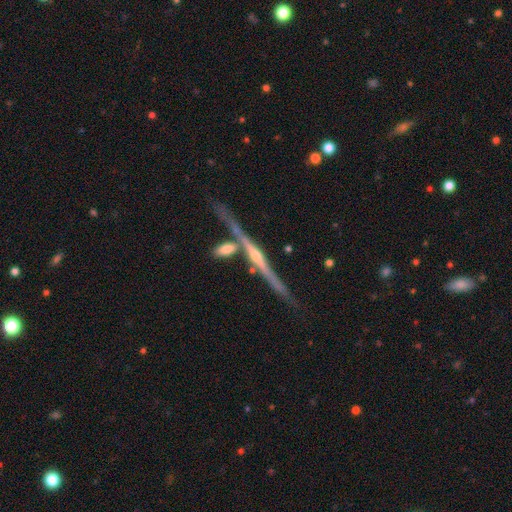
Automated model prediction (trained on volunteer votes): This is clearly a featured or disk galaxy (87%). It is clearly viewed edge-on (98%). Edge-on bulge: likely rounded (80%). Merging: likely none (74%).